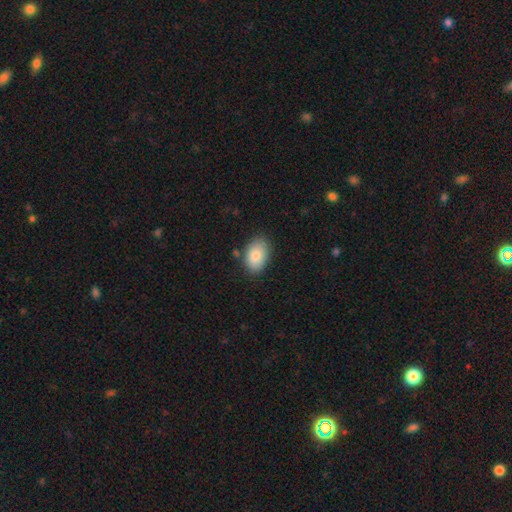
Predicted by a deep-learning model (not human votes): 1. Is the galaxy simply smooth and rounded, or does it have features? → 83% smooth, 11% featured or disk, 7% star or artifact.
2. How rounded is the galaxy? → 89% in between, 10% round, 1% cigar-shaped.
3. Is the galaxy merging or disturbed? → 80% none, 15% minor disturbance, 3% major disturbance, 2% merger.